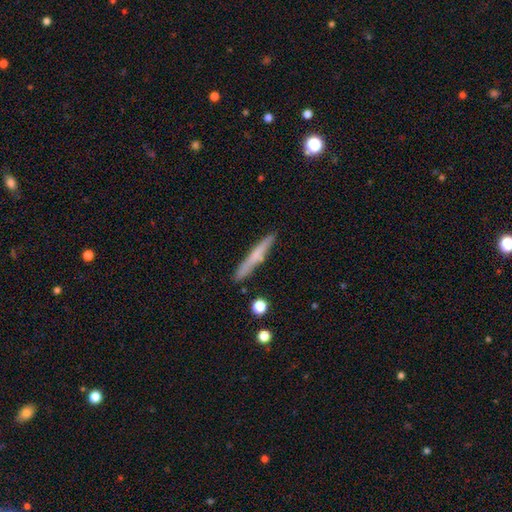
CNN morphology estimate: A smooth galaxy with no disk features (57%) that is cigar-shaped (95%). Merging: none (87%).